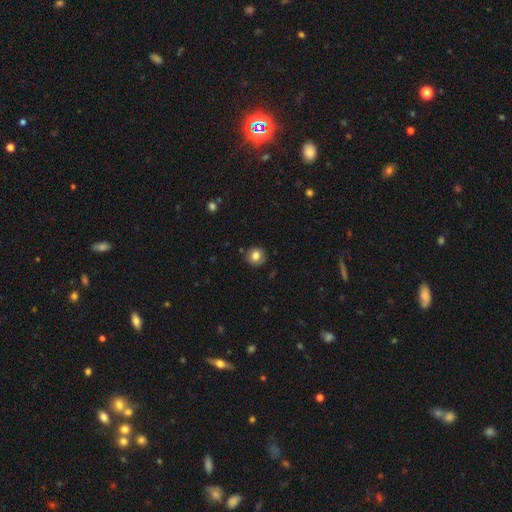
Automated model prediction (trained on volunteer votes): A smooth galaxy with no disk features (81%) that is round (91%).

Vote fractions:
- Smooth or featured? smooth: 81% / star or artifact: 10% / featured or disk: 9%
- How rounded? round: 91% / in between: 8% / cigar-shaped: 1%
- Merging? none: 88% / minor disturbance: 8% / major disturbance: 2% / merger: 2%